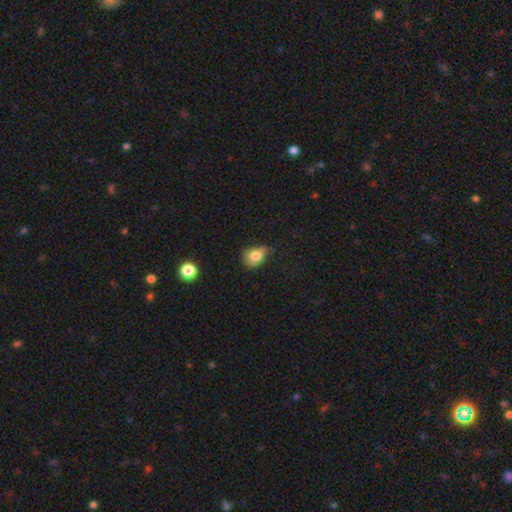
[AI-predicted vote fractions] Morphology: type=smooth (79%); roundness=in between (51%); merging=minor disturbance (42%).